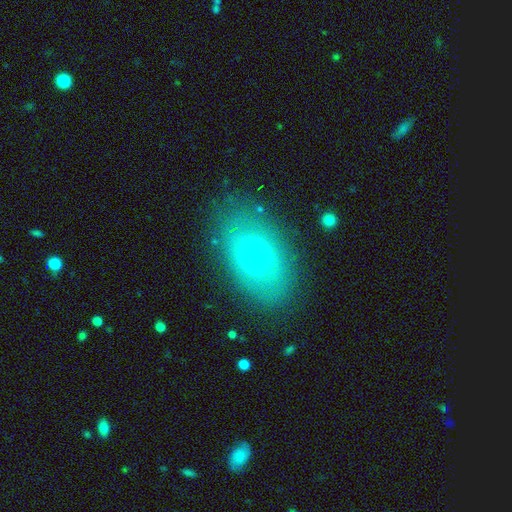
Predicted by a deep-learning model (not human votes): smooth_or_featured: smooth (p=0.48) [alt: featured or disk p=0.40]
merging: none (p=0.77) [alt: minor disturbance p=0.15]